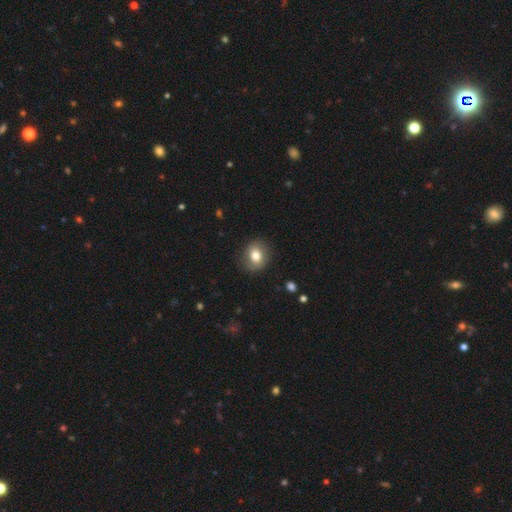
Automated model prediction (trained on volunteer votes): Smooth or featured? Predicted: smooth (p=0.76). How rounded? Predicted: round (p=0.66). Merging? Predicted: none (p=0.84).